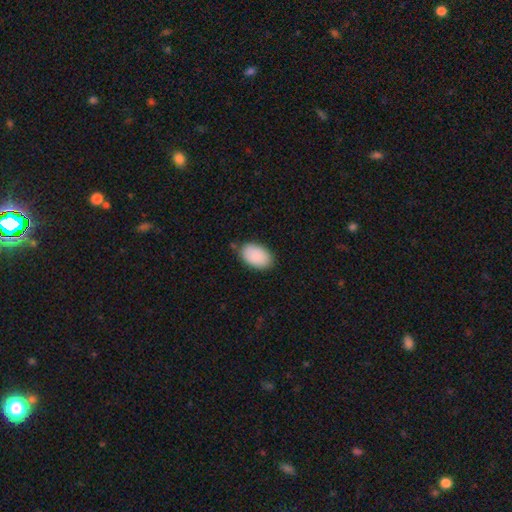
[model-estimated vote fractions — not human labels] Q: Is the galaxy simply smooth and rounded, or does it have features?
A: smooth — 90%.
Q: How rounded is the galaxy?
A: in between — 94%.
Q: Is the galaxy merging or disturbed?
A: none — 80%.